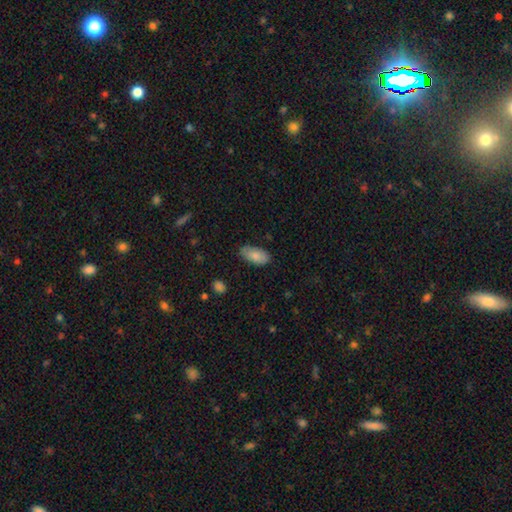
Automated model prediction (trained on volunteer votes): Overall: smooth (83%). How rounded: in between (93%). Merging: none (77%).